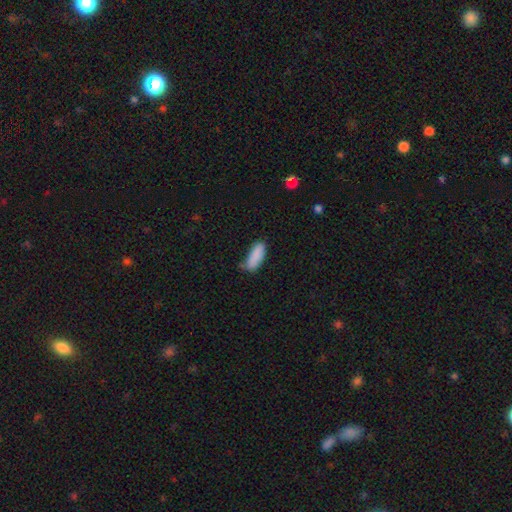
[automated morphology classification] A smooth galaxy with no disk features (87%) that is in between round and cigar-shaped (66%).

Vote fractions:
- Smooth or featured? smooth: 87% / star or artifact: 7% / featured or disk: 5%
- How rounded? in between: 66% / cigar-shaped: 32% / round: 2%
- Merging? none: 59% / minor disturbance: 30% / major disturbance: 7% / merger: 5%